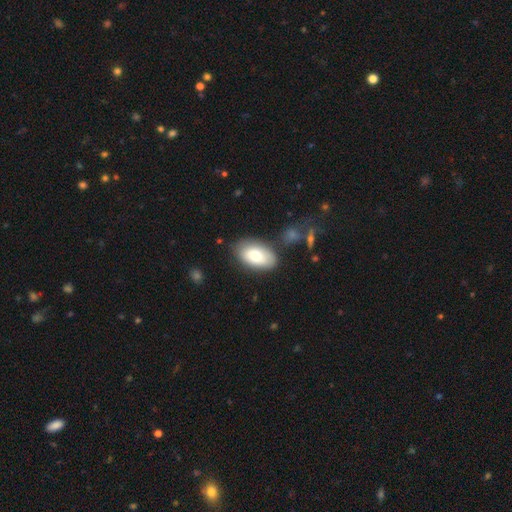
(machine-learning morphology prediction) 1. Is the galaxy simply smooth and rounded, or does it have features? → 75% smooth, 19% featured or disk, 7% star or artifact.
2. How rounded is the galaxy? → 93% in between, 5% round, 2% cigar-shaped.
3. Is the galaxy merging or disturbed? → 77% none, 15% minor disturbance, 4% merger, 4% major disturbance.